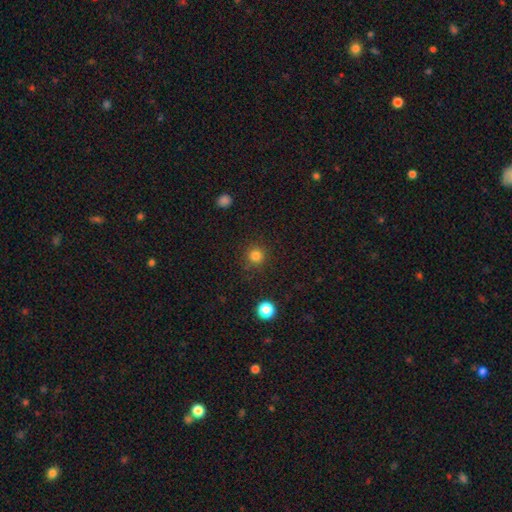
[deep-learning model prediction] Overall: smooth (82%). How rounded: round (95%). Merging: none (89%).